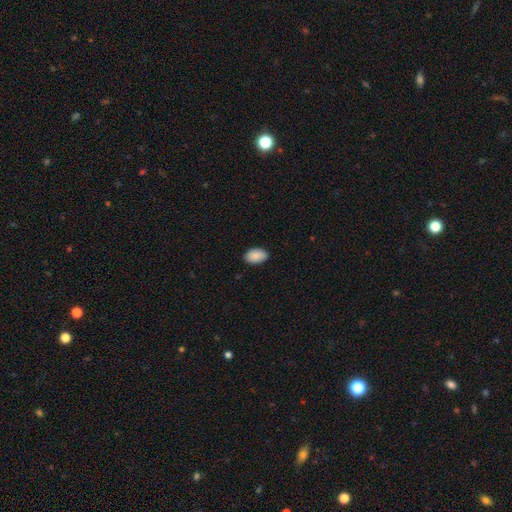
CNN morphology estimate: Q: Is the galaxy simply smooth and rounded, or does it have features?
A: smooth — 90%.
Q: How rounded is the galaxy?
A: in between — 92%.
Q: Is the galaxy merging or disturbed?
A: none — 86%.